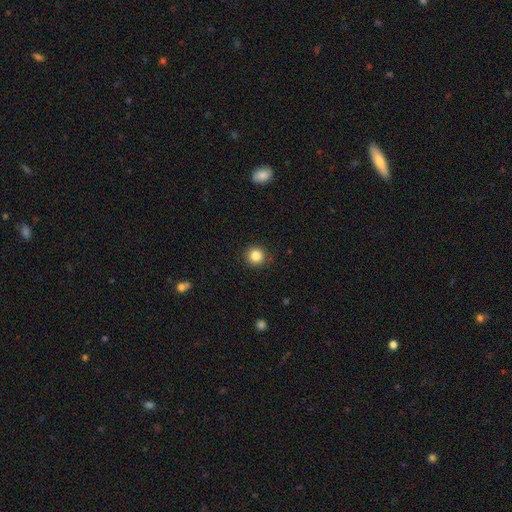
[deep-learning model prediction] Smooth or featured: smooth — 85% (star or artifact — 11%)
How rounded: round — 93% (in between — 6%)
Merging: none — 91% (minor disturbance — 6%)